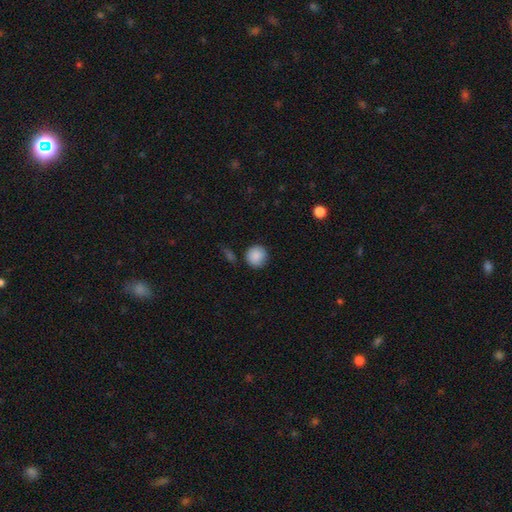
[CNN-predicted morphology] smooth-or-featured: smooth: 88% | star or artifact: 8% | featured or disk: 4%
  how-rounded: round: 92% | in between: 7% | cigar-shaped: 1%
  merging: none: 83% | minor disturbance: 11% | merger: 3% | major disturbance: 3%